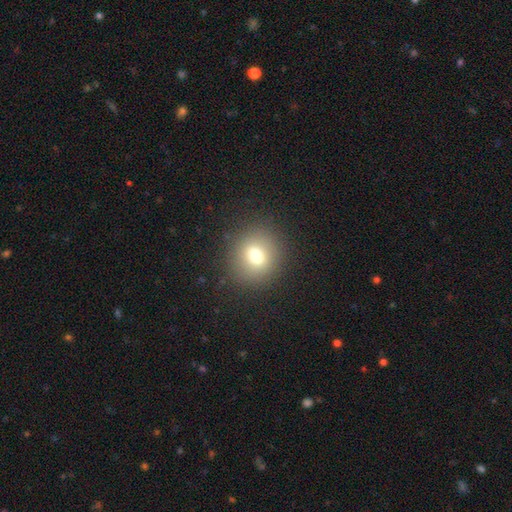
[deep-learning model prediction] Smooth or featured?
  - smooth: 74% *
  - star or artifact: 14%
  - featured or disk: 12%
How rounded?
  - round: 76% *
  - in between: 23%
  - cigar-shaped: 1%
Merging?
  - none: 87% *
  - minor disturbance: 8%
  - major disturbance: 4%
  - merger: 1%